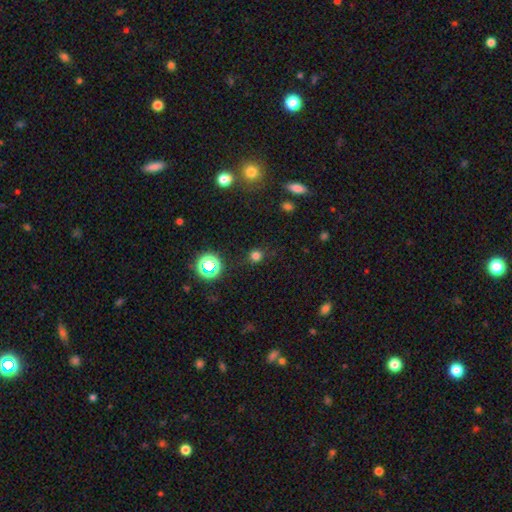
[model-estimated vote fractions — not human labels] Smooth or featured? smooth (72%)
How rounded? round (89%)
Merging? none (84%)